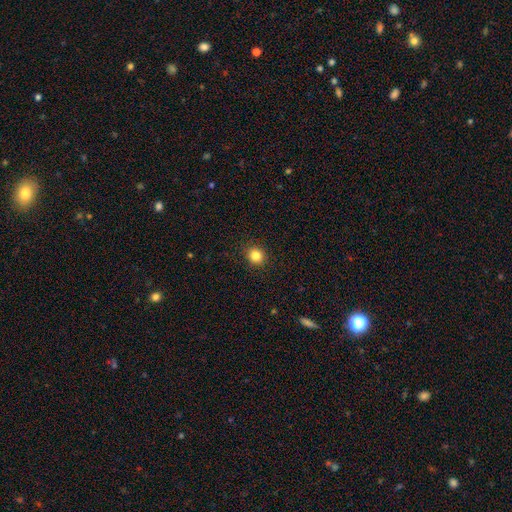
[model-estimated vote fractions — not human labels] Morphology: type=smooth (84%); roundness=round (90%); merging=none (92%).